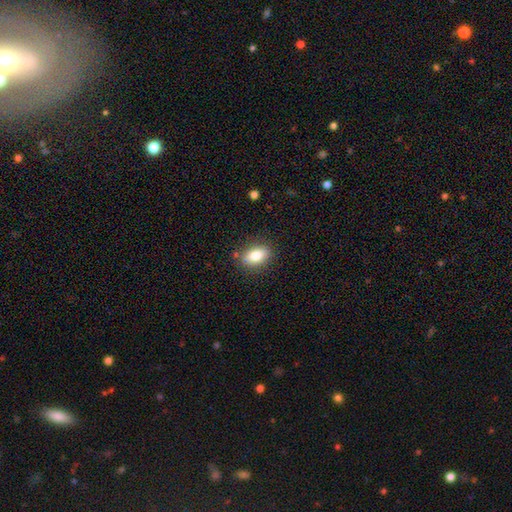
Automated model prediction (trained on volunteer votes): Overall: smooth (82%). How rounded: in between (86%). Merging: none (84%).